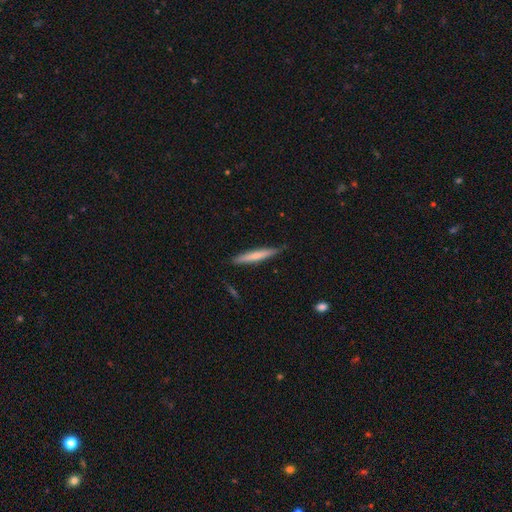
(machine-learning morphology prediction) A smooth galaxy with no disk features (62%) that is cigar-shaped (95%).

Vote fractions:
- Smooth or featured? smooth: 62% / featured or disk: 33% / star or artifact: 5%
- How rounded? cigar-shaped: 95% / in between: 4% / round: 1%
- Merging? none: 85% / minor disturbance: 12% / major disturbance: 2% / merger: 1%